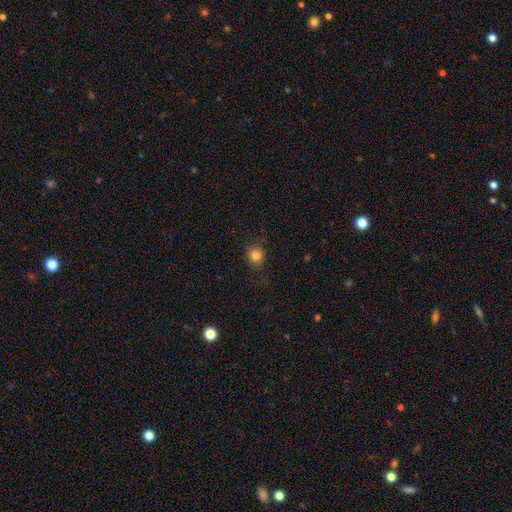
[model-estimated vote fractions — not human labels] This is clearly a smooth galaxy (82%). How rounded: clearly round (88%). Merging: clearly none (87%).